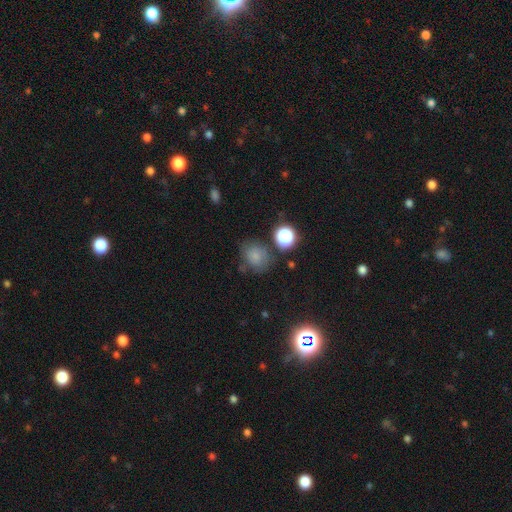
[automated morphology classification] smooth-or-featured: smooth: 73% | star or artifact: 16% | featured or disk: 12%
  how-rounded: round: 59% | in between: 40% | cigar-shaped: 1%
  merging: none: 64% | minor disturbance: 21% | major disturbance: 8% | merger: 6%